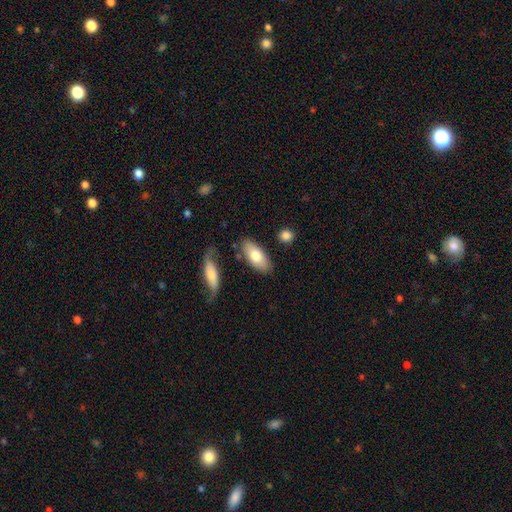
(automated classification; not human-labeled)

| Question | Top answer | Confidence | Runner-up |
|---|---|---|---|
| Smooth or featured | smooth | 74% | featured or disk (21%) |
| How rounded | in between | 86% | cigar-shaped (12%) |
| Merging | none | 78% | minor disturbance (13%) |